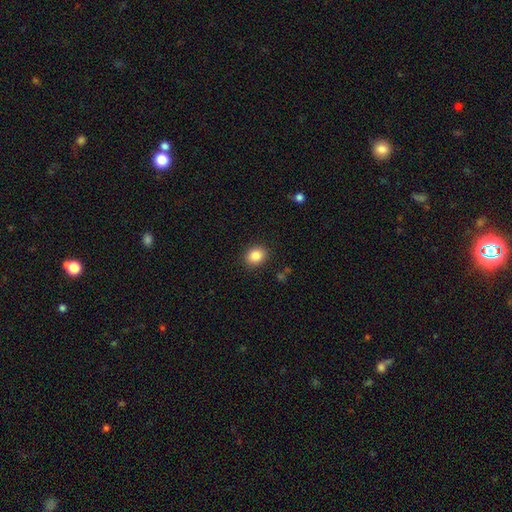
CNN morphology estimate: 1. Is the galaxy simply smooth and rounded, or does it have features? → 85% smooth, 10% star or artifact, 5% featured or disk.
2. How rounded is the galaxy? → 63% round, 36% in between, 1% cigar-shaped.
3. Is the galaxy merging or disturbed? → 89% none, 8% minor disturbance, 2% major disturbance, 1% merger.